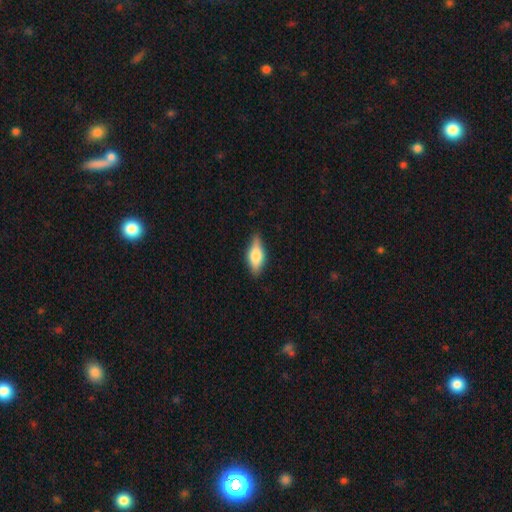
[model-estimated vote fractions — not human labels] Smooth or featured: smooth — 63% (featured or disk — 31%)
How rounded: in between — 74% (cigar-shaped — 23%)
Merging: none — 83% (minor disturbance — 14%)